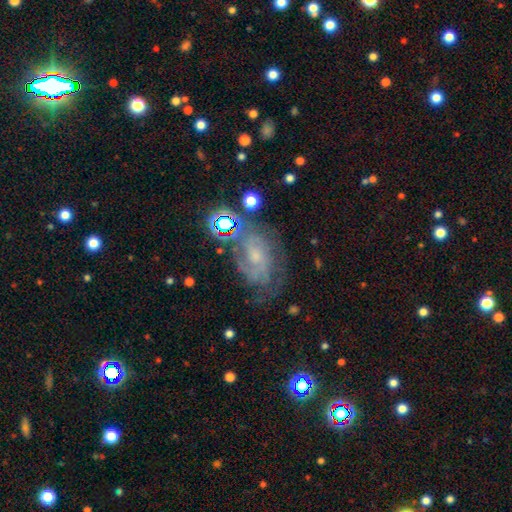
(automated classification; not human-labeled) Morphology: type=featured or disk (71%); edge-on=no (96%); bar=no (65%); spiral arms=yes (88%); winding=tight (52%); arm count=can't tell (44%); bulge=small (63%); merging=none (58%).